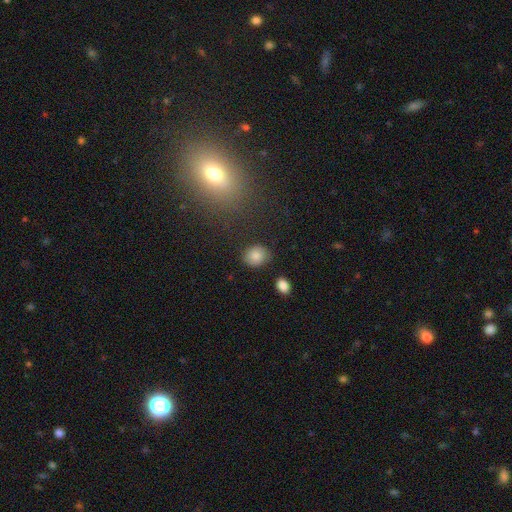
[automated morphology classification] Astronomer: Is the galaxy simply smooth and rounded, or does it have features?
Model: smooth — 85%.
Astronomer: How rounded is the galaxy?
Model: round — 62% (runner-up: in between, 37%).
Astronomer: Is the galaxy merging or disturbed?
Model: none — 83%.